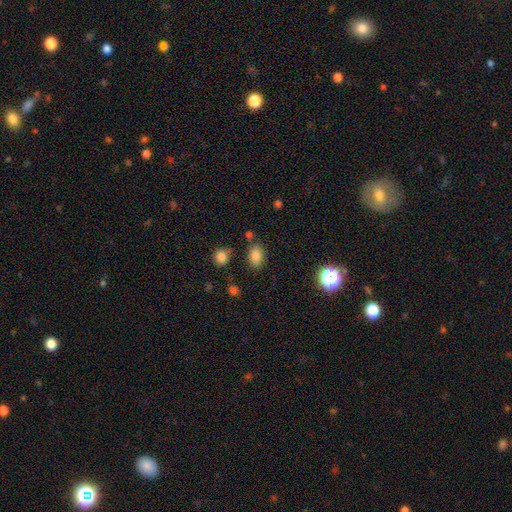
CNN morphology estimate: type=smooth (83%); roundness=in between (82%); merging=none (75%).